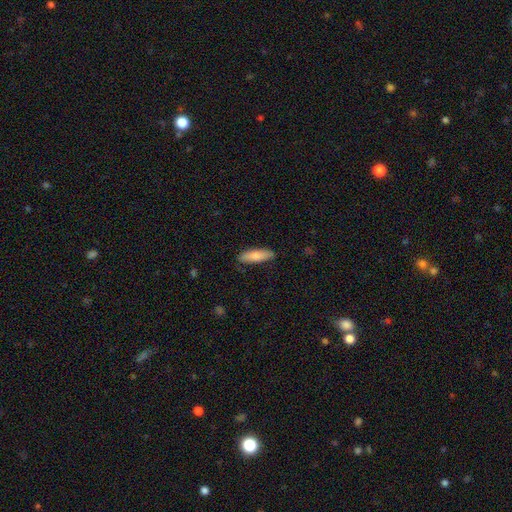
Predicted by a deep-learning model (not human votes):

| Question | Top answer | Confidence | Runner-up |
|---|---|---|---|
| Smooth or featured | smooth | 82% | featured or disk (12%) |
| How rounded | cigar-shaped | 55% | in between (44%) |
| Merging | none | 85% | minor disturbance (12%) |